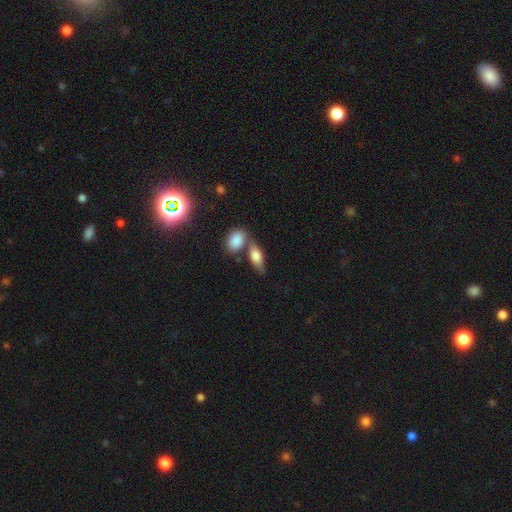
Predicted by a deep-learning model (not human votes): smooth 74%, featured or disk 18%, star or artifact 7%. Down the decision tree: how rounded — in between (80%); merging — none (52%).